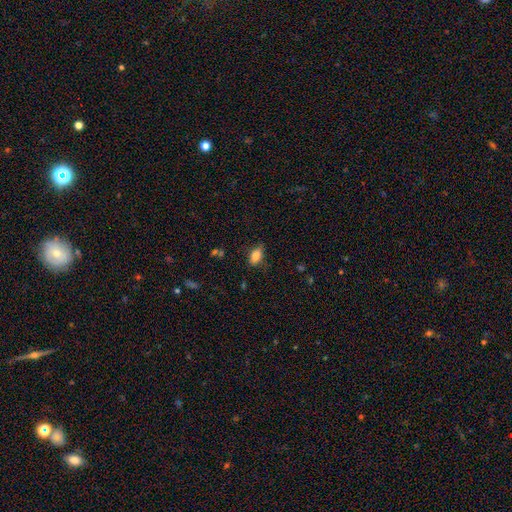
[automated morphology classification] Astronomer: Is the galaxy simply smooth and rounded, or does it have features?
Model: smooth — 81%.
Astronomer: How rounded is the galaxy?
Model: in between — 87%.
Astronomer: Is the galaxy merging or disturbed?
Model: none — 77%.